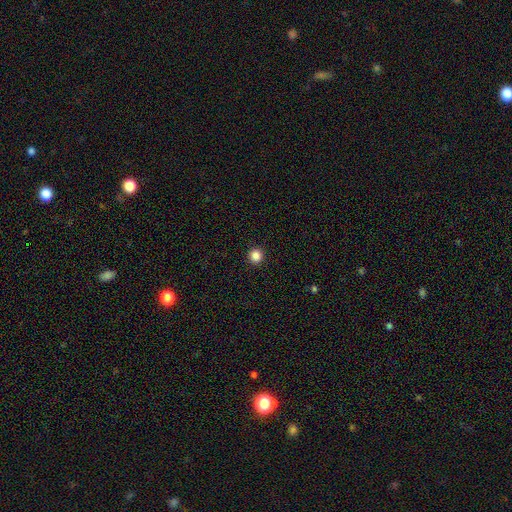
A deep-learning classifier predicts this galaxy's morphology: This is clearly a smooth galaxy (86%). How rounded: clearly round (95%). Merging: clearly none (94%).